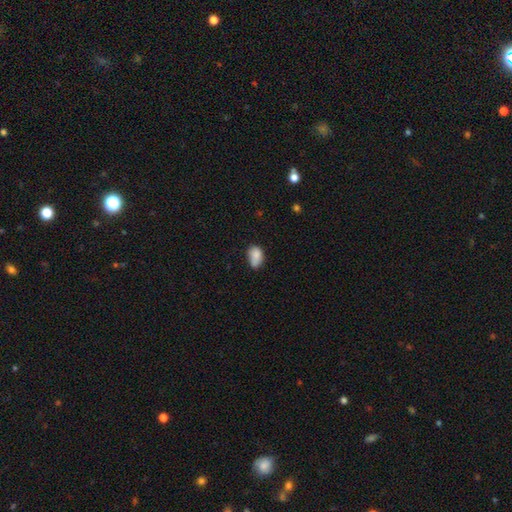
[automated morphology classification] This appears to be a smooth galaxy with no disk features (83%) that is in between round and cigar-shaped (86%). Merging: none (46%).